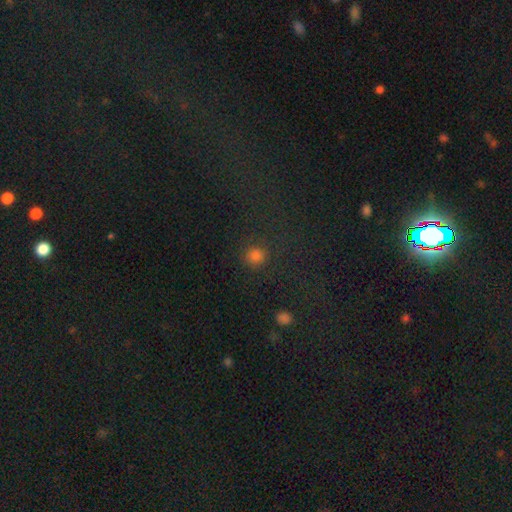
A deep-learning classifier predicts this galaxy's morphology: smooth 77%, star or artifact 18%, featured or disk 5%. Down the decision tree: how rounded — round (89%); merging — none (84%).